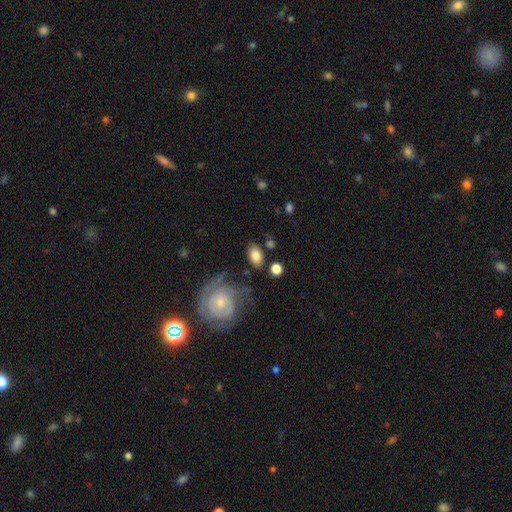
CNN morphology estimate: Q: Smooth or featured?
A: smooth (77%); runner-up: featured or disk (16%)
Q: How rounded?
A: in between (85%); runner-up: round (13%)
Q: Merging?
A: none (74%); runner-up: minor disturbance (15%)